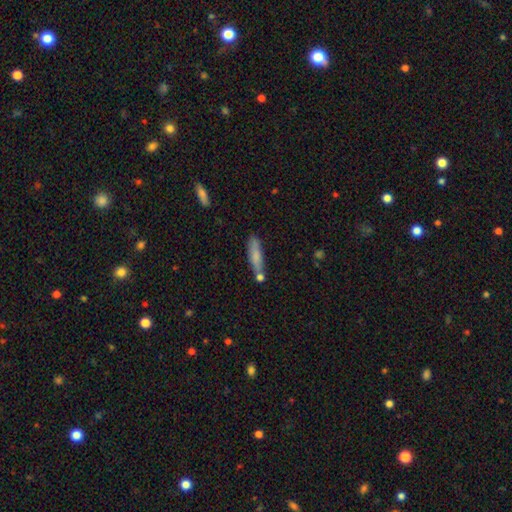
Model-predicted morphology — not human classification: Smooth or featured?
  - smooth: 75% *
  - featured or disk: 18%
  - star or artifact: 7%
How rounded?
  - cigar-shaped: 76% *
  - in between: 22%
  - round: 2%
Merging?
  - none: 65% *
  - minor disturbance: 17%
  - merger: 14%
  - major disturbance: 4%